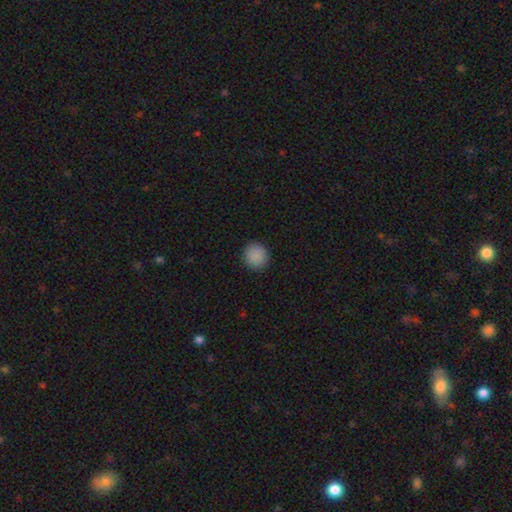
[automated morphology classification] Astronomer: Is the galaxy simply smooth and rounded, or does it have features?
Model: smooth — 88%.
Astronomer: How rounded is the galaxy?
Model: round — 88%.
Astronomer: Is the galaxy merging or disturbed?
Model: none — 90%.